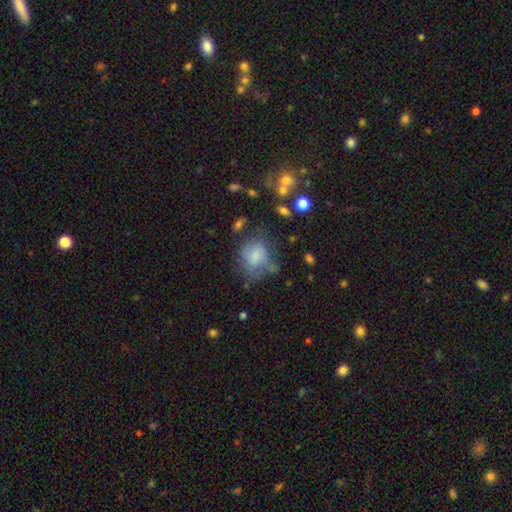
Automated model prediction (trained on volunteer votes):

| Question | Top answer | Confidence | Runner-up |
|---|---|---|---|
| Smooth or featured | smooth | 76% | featured or disk (15%) |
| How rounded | round | 61% | in between (38%) |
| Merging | none | 47% | minor disturbance (29%) |